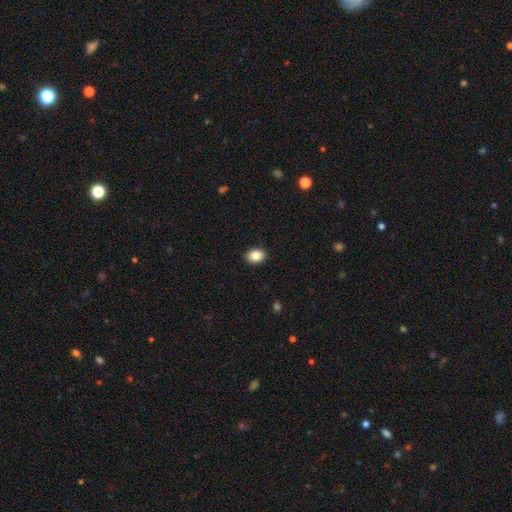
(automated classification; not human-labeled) This appears to be a smooth galaxy with no disk features (86%) that is in between round and cigar-shaped (67%). Merging: none (91%).